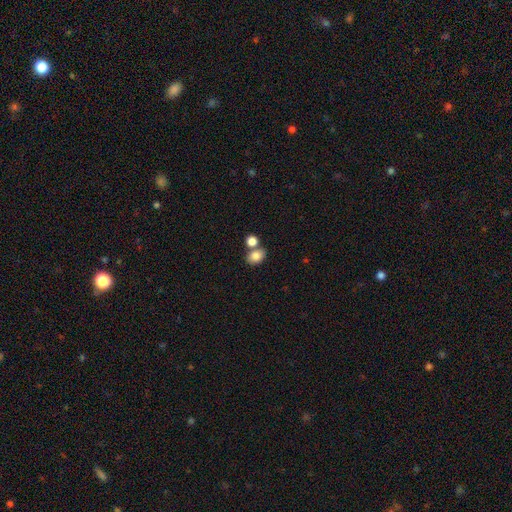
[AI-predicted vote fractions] The model was most divided on "merging": none: 53%, merger: 34%, minor disturbance: 10%, major disturbance: 3%. More confident: smooth or featured — smooth (83%); how rounded — in between (66%).